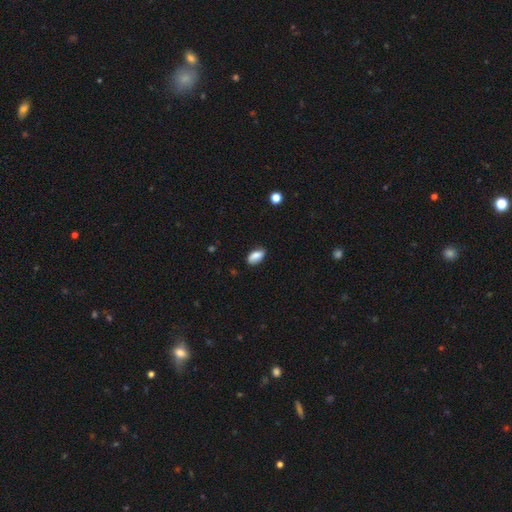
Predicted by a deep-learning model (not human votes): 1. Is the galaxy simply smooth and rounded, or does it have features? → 82% smooth, 11% featured or disk, 7% star or artifact.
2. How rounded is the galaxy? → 91% in between, 5% cigar-shaped, 4% round.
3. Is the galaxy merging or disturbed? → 81% none, 15% minor disturbance, 3% major disturbance, 1% merger.